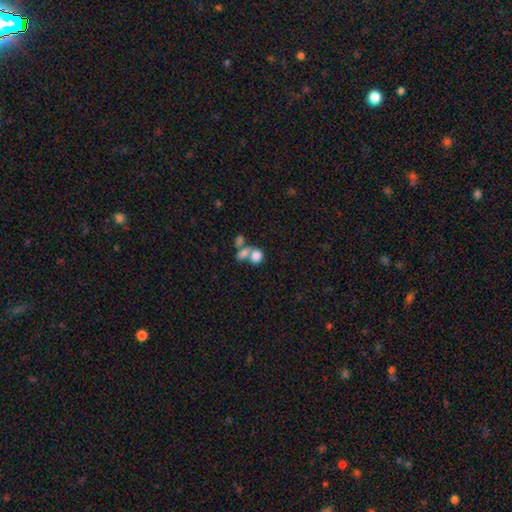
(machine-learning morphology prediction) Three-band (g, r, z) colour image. It shows a smooth galaxy with no disk features (76%) that is in between round and cigar-shaped (54%). Merging: merger (60%).